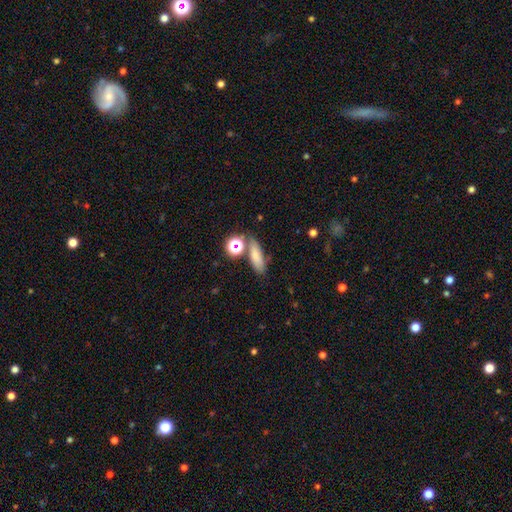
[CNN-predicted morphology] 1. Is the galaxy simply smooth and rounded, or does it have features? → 74% smooth, 14% star or artifact, 12% featured or disk.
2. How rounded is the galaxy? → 54% in between, 34% cigar-shaped, 12% round.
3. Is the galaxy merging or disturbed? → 67% none, 14% merger, 14% minor disturbance, 6% major disturbance.